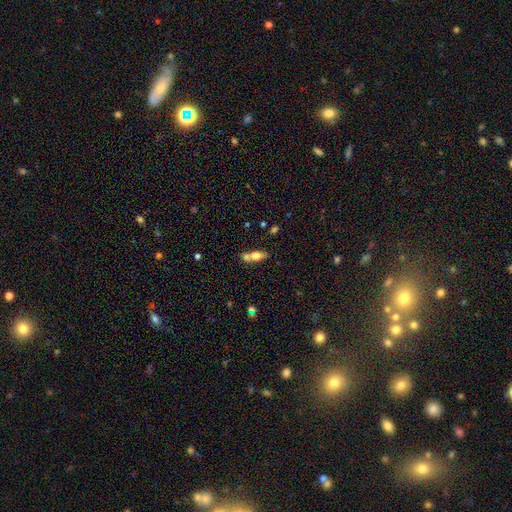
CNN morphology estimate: smooth 67%, featured or disk 24%, star or artifact 9%. Down the decision tree: how rounded — in between (74%); merging — merger (49%).